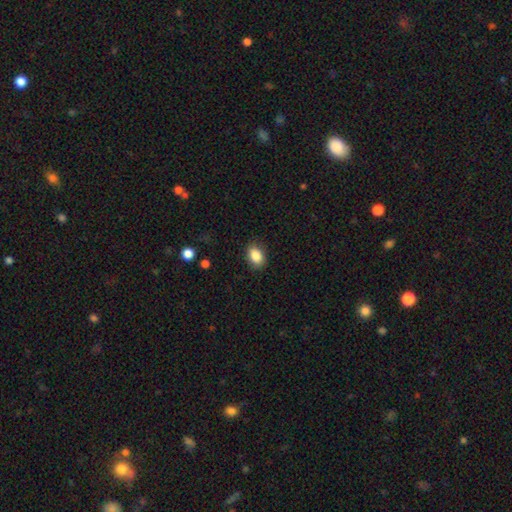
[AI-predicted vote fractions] smooth 88%, star or artifact 8%, featured or disk 4%. Down the decision tree: how rounded — in between (78%); merging — none (85%).